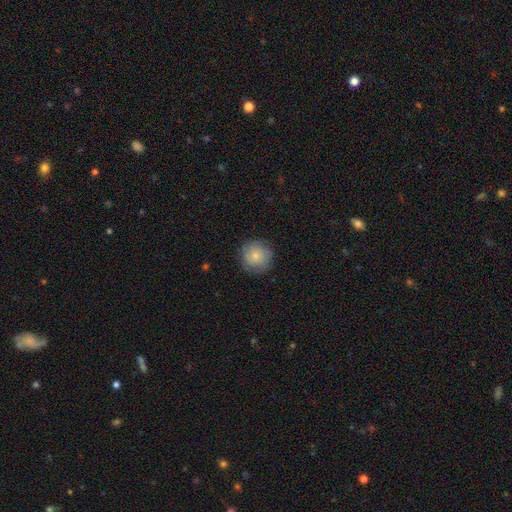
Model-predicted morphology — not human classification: smooth 74%, featured or disk 19%, star or artifact 7%. Down the decision tree: how rounded — round (94%); merging — none (83%).